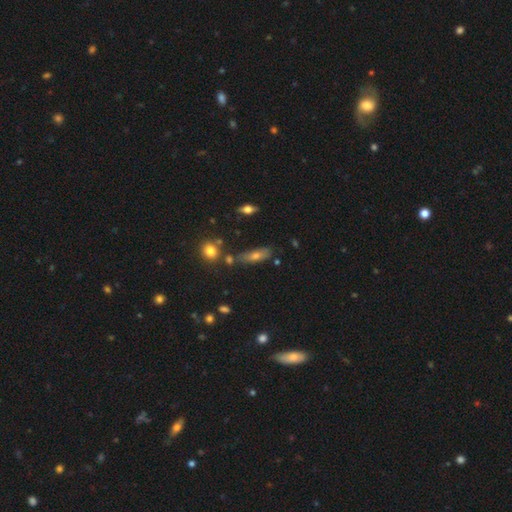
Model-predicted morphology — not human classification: This appears to be a smooth galaxy with no disk features (57%) that is in between round and cigar-shaped (53%). Merging: none (70%).